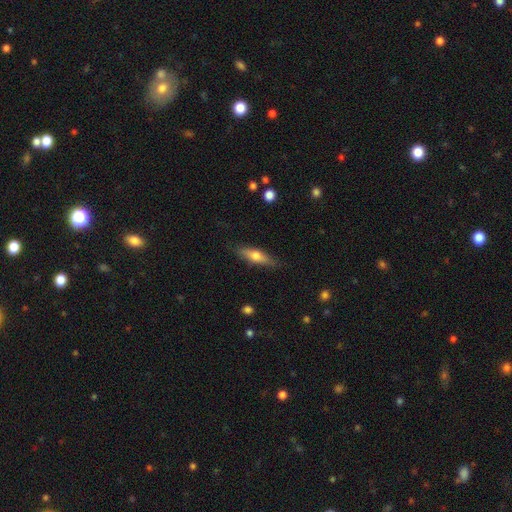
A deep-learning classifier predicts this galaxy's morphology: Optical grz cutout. It shows a smooth galaxy with no disk features (51%) that is cigar-shaped (63%). Merging: none (85%).